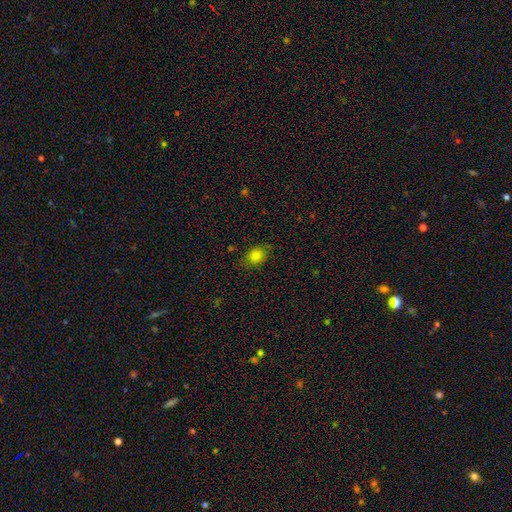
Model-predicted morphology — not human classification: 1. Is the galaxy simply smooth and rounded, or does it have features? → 83% smooth, 12% star or artifact, 4% featured or disk.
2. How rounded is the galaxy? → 53% round, 46% in between, 1% cigar-shaped.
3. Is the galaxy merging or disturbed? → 77% none, 17% minor disturbance, 5% major disturbance, 1% merger.